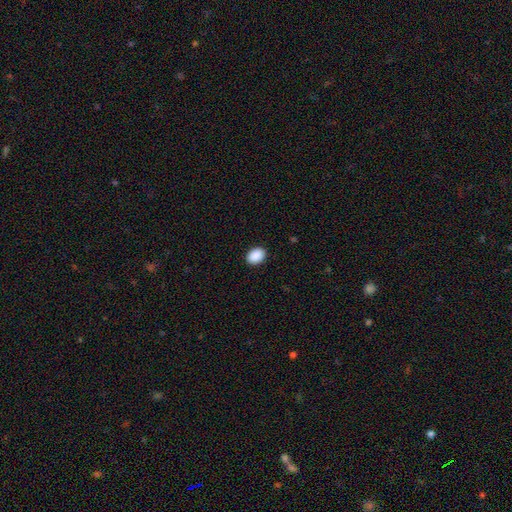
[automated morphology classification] Smooth or featured: smooth — 91% (star or artifact — 7%)
How rounded: in between — 75% (round — 24%)
Merging: none — 90% (minor disturbance — 7%)